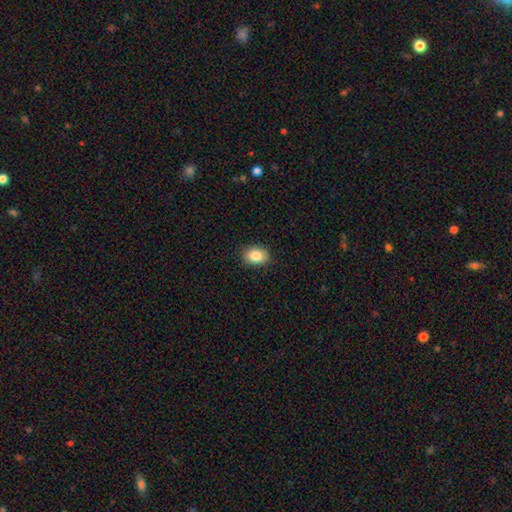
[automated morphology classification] Smooth or featured: smooth — 85% (star or artifact — 9%)
How rounded: in between — 70% (round — 29%)
Merging: none — 89% (minor disturbance — 8%)